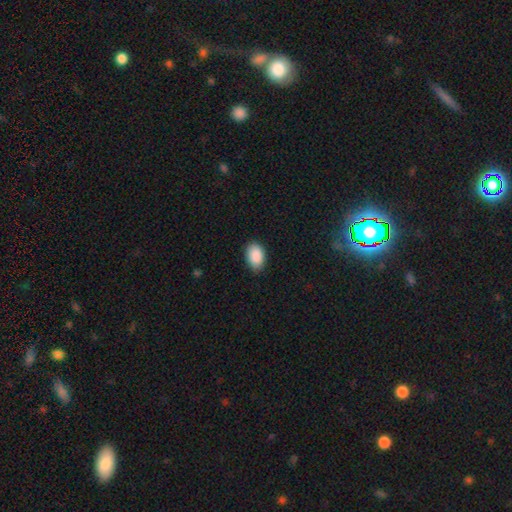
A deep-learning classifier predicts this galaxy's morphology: smooth 90%, star or artifact 6%, featured or disk 3%. Down the decision tree: how rounded — in between (90%); merging — none (83%).